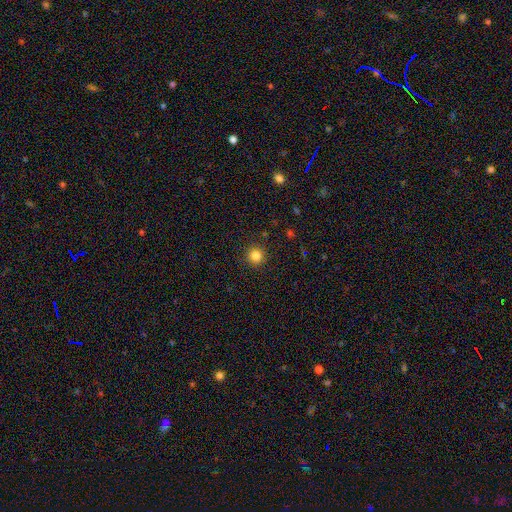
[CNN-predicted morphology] The model was most divided on "smooth or featured": smooth: 84%, star or artifact: 12%, featured or disk: 4%. More confident: how rounded — round (95%); merging — none (91%).